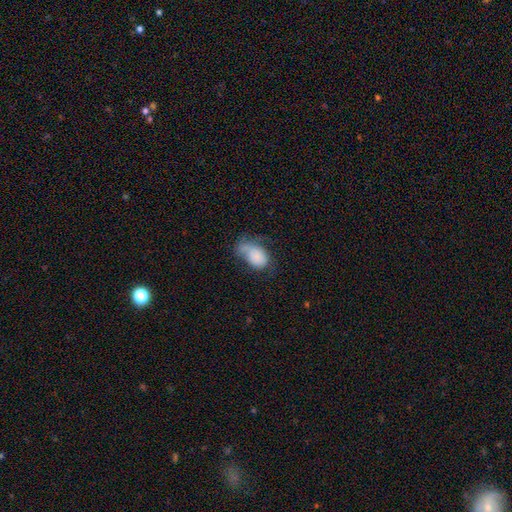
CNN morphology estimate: smooth-or-featured: smooth: 75% | featured or disk: 17% | star or artifact: 8%
  how-rounded: in between: 88% | round: 10% | cigar-shaped: 2%
  merging: major disturbance: 33% | minor disturbance: 30% | none: 29% | merger: 8%